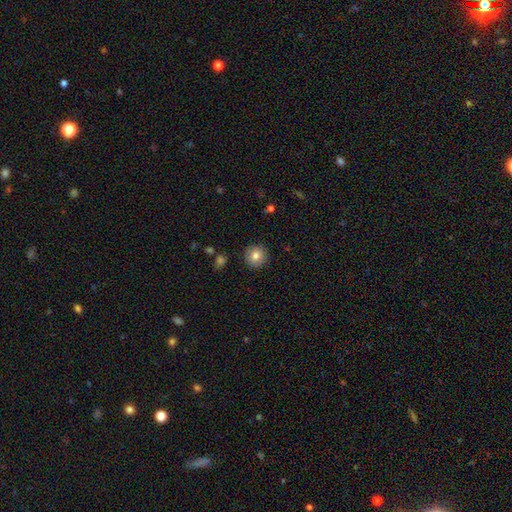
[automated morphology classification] Q: Smooth or featured?
A: smooth (81%); runner-up: featured or disk (10%)
Q: How rounded?
A: round (95%); runner-up: in between (4%)
Q: Merging?
A: none (91%); runner-up: minor disturbance (6%)